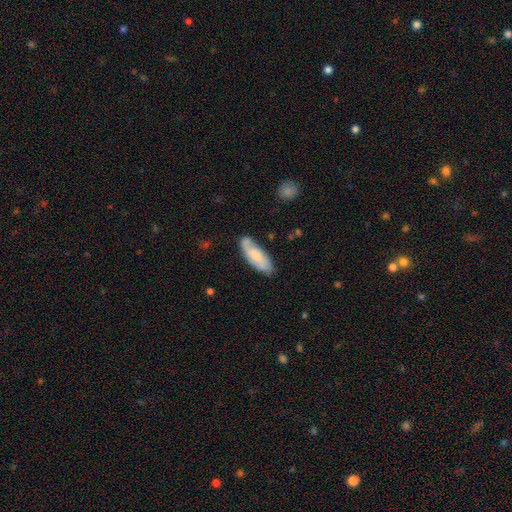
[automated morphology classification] Overall: smooth (57%; featured or disk 37%). How rounded: in between (67%; cigar-shaped 31%). Merging: none (74%).